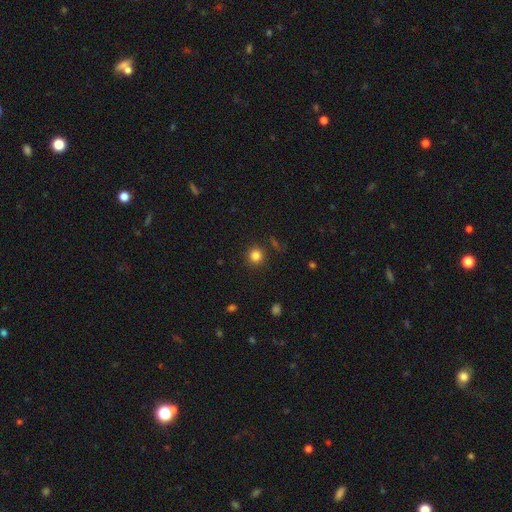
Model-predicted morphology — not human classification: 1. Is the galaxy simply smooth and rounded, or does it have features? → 83% smooth, 13% star or artifact, 5% featured or disk.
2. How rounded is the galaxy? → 92% round, 7% in between, 1% cigar-shaped.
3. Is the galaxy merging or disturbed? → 88% none, 7% minor disturbance, 3% major disturbance, 2% merger.